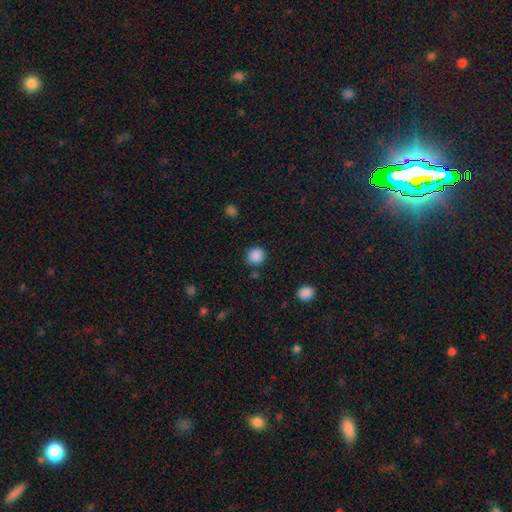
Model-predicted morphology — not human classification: Smooth or featured? smooth (88%)
How rounded? round (90%)
Merging? none (86%)